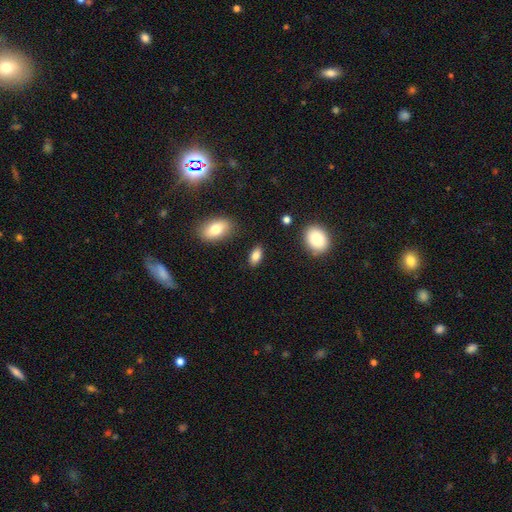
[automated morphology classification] The model was most divided on "smooth or featured": smooth: 84%, star or artifact: 8%, featured or disk: 8%. More confident: how rounded — in between (89%); merging — none (86%).